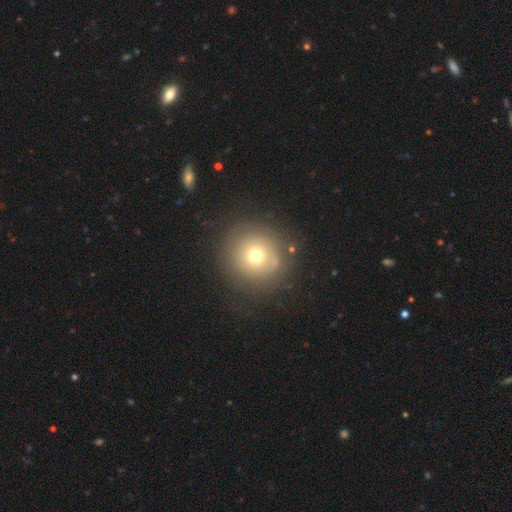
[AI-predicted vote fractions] This is likely a smooth galaxy (66%). How rounded: clearly round (94%). Merging: likely none (80%).